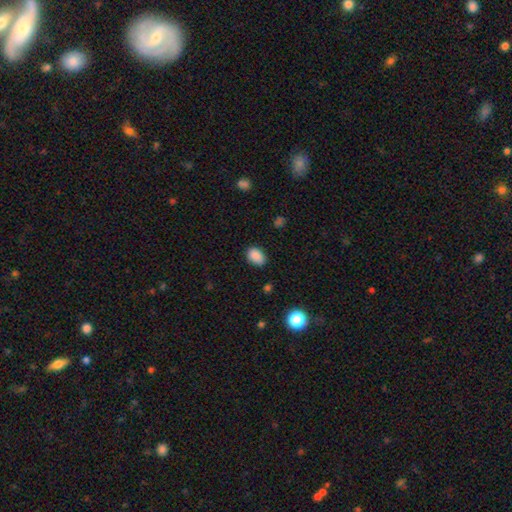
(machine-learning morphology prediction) A smooth galaxy with no disk features (88%) that is in between round and cigar-shaped (81%).

Vote fractions:
- Smooth or featured? smooth: 88% / star or artifact: 9% / featured or disk: 3%
- How rounded? in between: 81% / round: 18% / cigar-shaped: 1%
- Merging? none: 80% / minor disturbance: 16% / major disturbance: 3% / merger: 1%